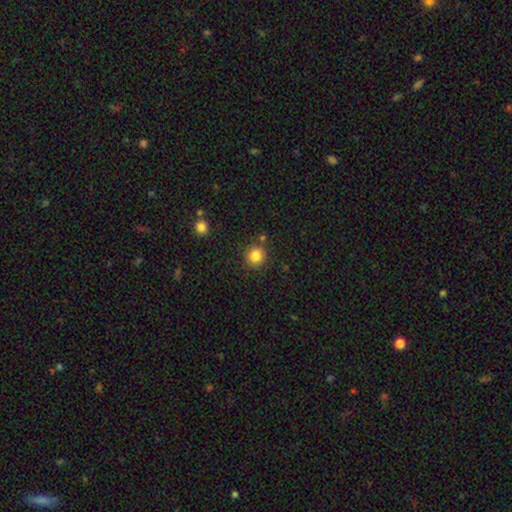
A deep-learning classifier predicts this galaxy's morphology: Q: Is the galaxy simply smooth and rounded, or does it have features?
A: smooth — 84%.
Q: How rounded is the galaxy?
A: round — 91%.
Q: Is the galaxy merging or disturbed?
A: none — 85%.